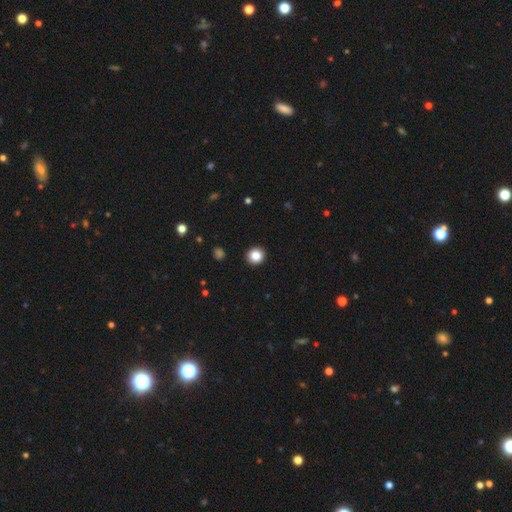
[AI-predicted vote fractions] The model was most divided on "smooth or featured": smooth: 86%, star or artifact: 10%, featured or disk: 4%. More confident: merging — none (93%); how rounded — round (92%).